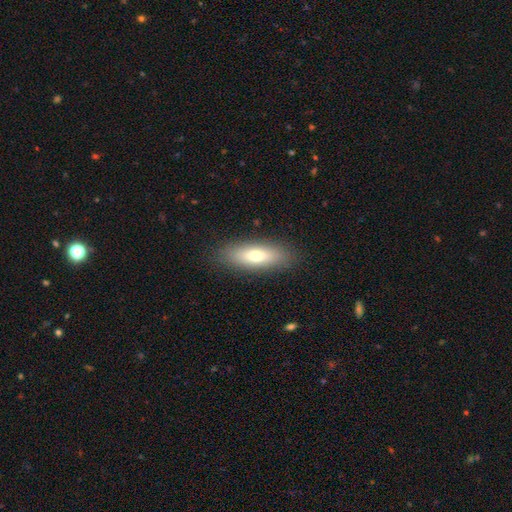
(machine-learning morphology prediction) This appears to be a smooth galaxy with no disk features (67%) that is in between round and cigar-shaped (56%). Merging: none (87%).